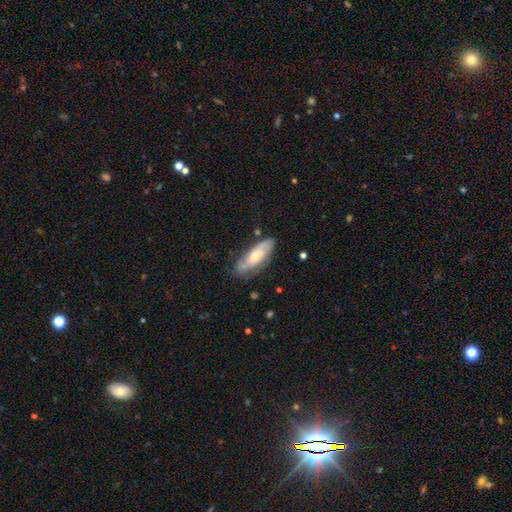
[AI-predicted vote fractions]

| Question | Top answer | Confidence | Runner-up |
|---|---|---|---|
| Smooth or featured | smooth | 50% | featured or disk (44%) |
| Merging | none | 68% | minor disturbance (23%) |